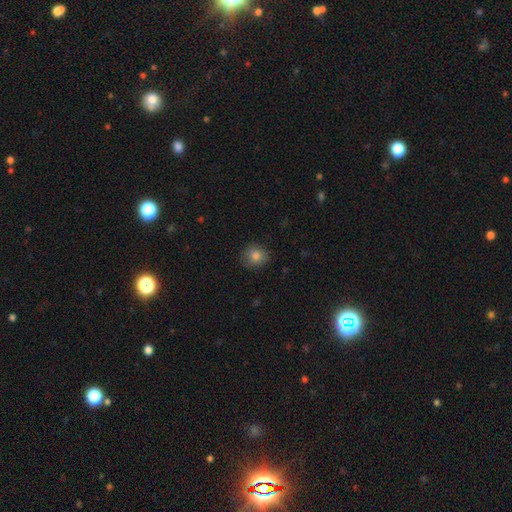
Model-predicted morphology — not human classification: Smooth or featured? smooth (80%)
How rounded? round (80%)
Merging? none (83%)